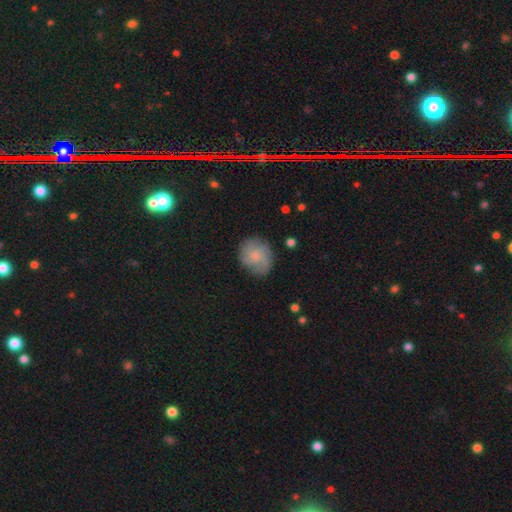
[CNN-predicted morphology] smooth 60%, featured or disk 32%, star or artifact 8%. Down the decision tree: how rounded — round (71%); merging — none (72%).